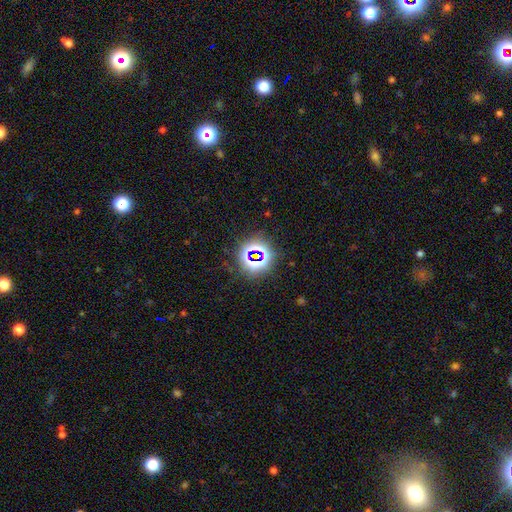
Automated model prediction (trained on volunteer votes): smooth-or-featured: star or artifact: 72% | smooth: 19% | featured or disk: 10%